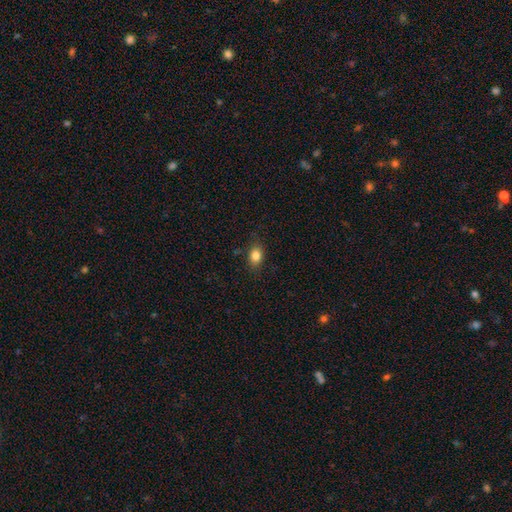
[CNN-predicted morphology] smooth 83%, star or artifact 10%, featured or disk 7%. Down the decision tree: how rounded — in between (70%); merging — none (81%).